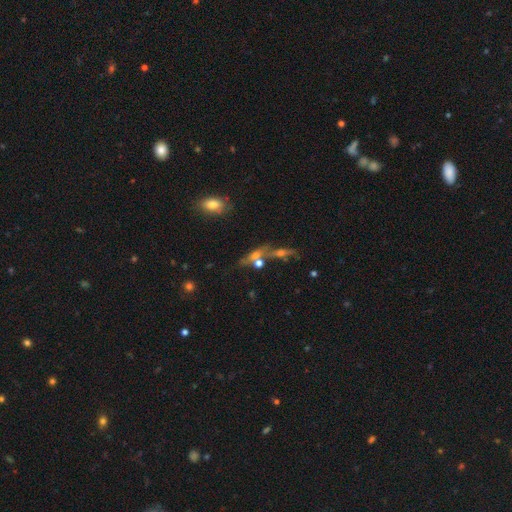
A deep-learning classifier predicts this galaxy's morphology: The model was most divided on "merging": none: 44%, merger: 33%, minor disturbance: 13%, major disturbance: 10%. Remaining: smooth or featured — featured or disk (46%).